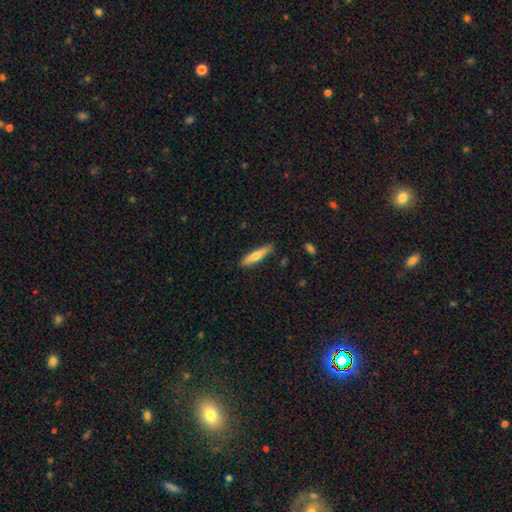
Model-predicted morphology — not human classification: This appears to be a smooth galaxy with no disk features (59%) that is cigar-shaped (86%). Merging: none (86%).